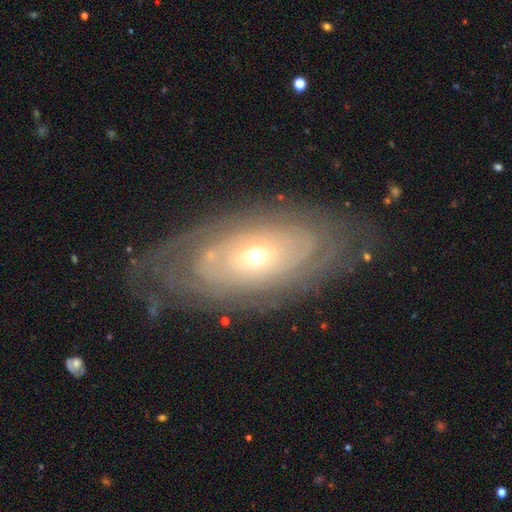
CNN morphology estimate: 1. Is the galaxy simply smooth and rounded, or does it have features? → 75% featured or disk, 18% smooth, 7% star or artifact.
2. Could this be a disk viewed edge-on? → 89% no, 11% yes.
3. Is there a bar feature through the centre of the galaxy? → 82% no, 13% weak, 5% strong.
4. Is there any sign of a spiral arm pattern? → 74% yes, 26% no.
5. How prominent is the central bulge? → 53% small, 41% moderate, 3% large, 1% dominant, 1% none.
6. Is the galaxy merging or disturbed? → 74% none, 16% minor disturbance, 8% major disturbance, 2% merger.